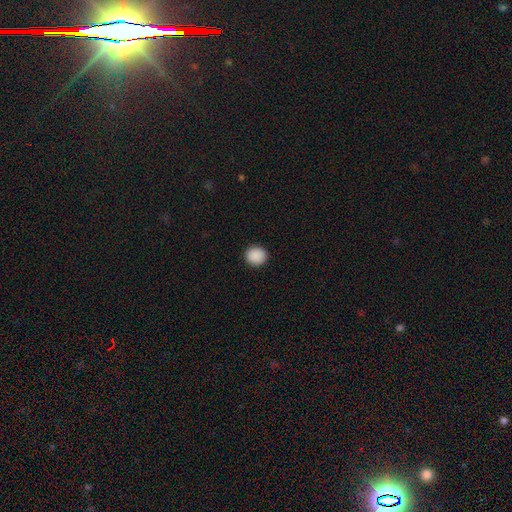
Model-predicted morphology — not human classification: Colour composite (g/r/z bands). It shows a smooth galaxy with no disk features (90%) that is round (82%). Merging: none (92%).